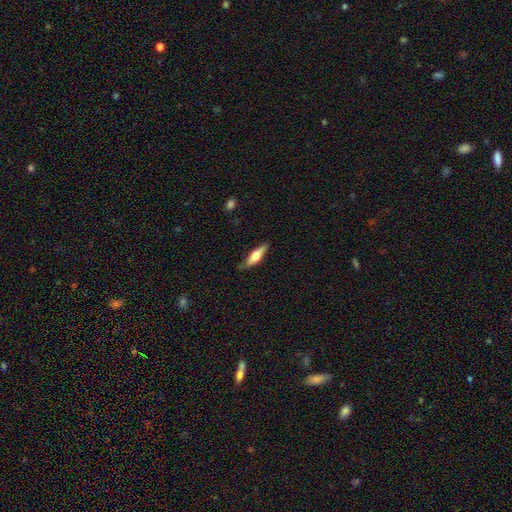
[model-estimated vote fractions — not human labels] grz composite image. It shows a smooth galaxy with no disk features (49%). Merging: none (80%).